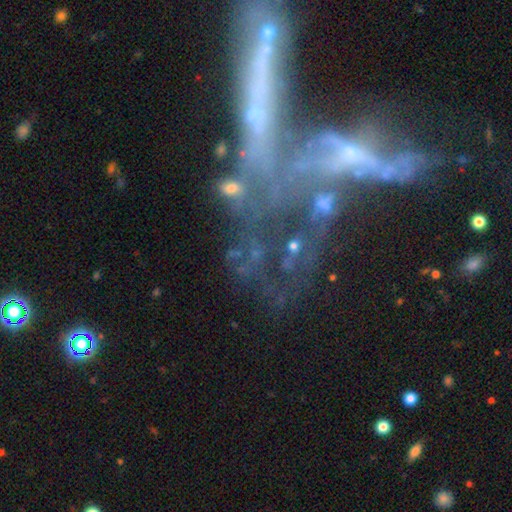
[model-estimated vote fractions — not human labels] Smooth or featured?
  - featured or disk: 57% *
  - star or artifact: 26%
  - smooth: 18%
Edge-on disk?
  - no: 88% *
  - yes: 12%
Merging?
  - none: 33% *
  - merger: 29%
  - major disturbance: 24%
  - minor disturbance: 15%